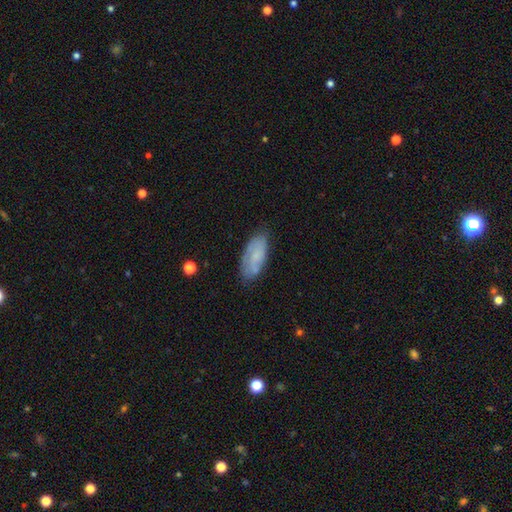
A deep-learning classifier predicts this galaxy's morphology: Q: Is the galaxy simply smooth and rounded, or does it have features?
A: smooth — 56%.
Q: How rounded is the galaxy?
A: in between — 85%.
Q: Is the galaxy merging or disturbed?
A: none — 70%.